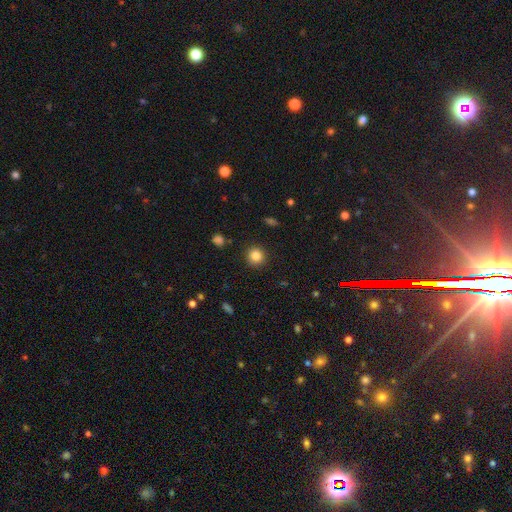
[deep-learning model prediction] smooth 84%, star or artifact 11%, featured or disk 5%. Down the decision tree: how rounded — round (93%); merging — none (91%).